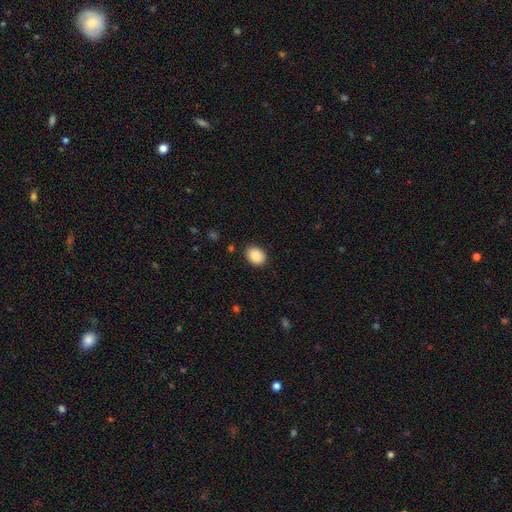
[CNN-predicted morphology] type=smooth (89%); roundness=in between (52%); merging=none (88%).